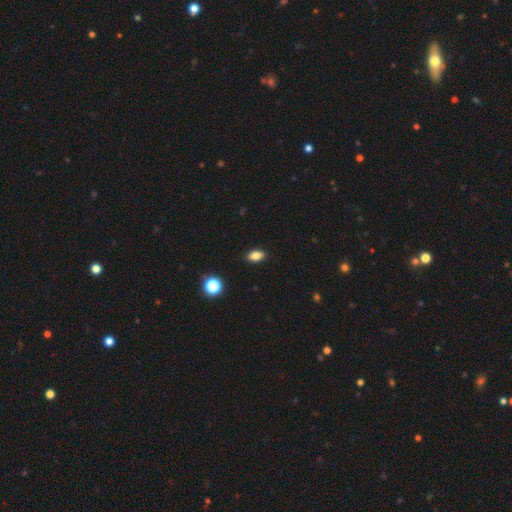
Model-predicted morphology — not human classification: Q: Smooth or featured?
A: smooth (84%); runner-up: star or artifact (11%)
Q: How rounded?
A: in between (87%); runner-up: round (9%)
Q: Merging?
A: none (89%); runner-up: minor disturbance (8%)